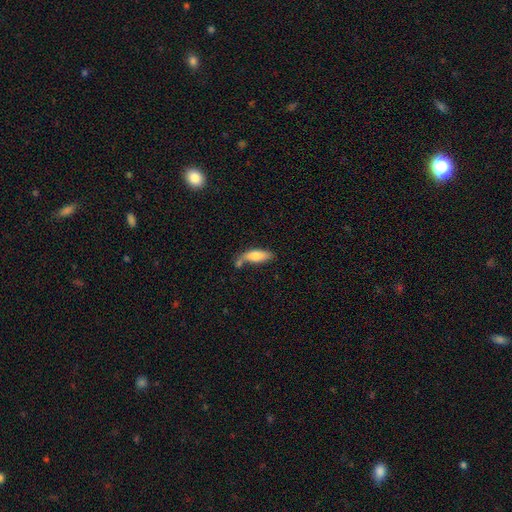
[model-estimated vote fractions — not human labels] Smooth or featured: smooth — 77% (featured or disk — 17%)
How rounded: in between — 66% (cigar-shaped — 32%)
Merging: none — 47% (merger — 25%)